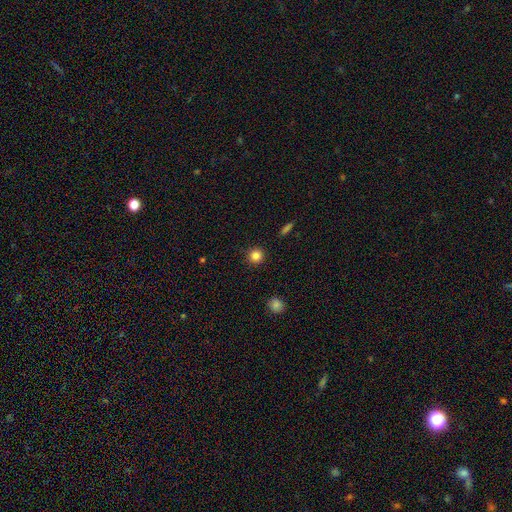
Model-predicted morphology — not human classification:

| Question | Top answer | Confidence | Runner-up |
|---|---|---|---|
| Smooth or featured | smooth | 84% | star or artifact (11%) |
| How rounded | round | 95% | in between (4%) |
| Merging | none | 92% | minor disturbance (5%) |